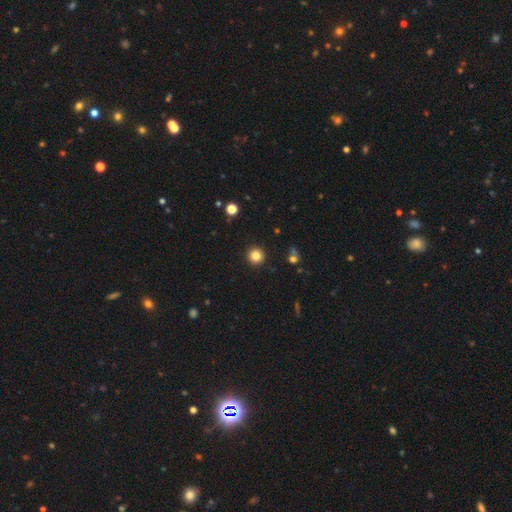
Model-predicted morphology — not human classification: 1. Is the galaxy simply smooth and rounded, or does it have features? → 84% smooth, 12% star or artifact, 4% featured or disk.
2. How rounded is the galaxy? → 95% round, 4% in between, 1% cigar-shaped.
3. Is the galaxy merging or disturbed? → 92% none, 5% minor disturbance, 2% major disturbance, 1% merger.